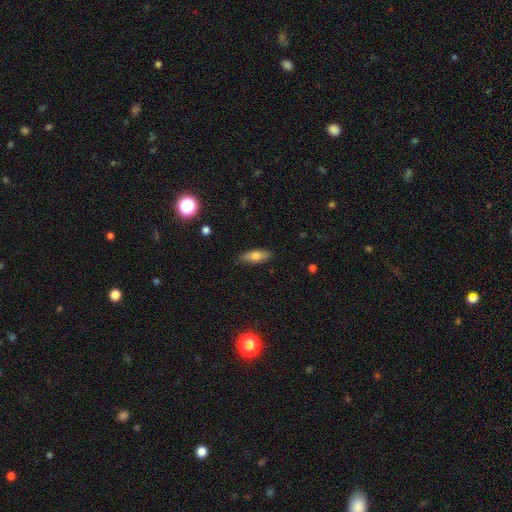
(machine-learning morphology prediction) smooth-or-featured: smooth: 71% | featured or disk: 21% | star or artifact: 7%
  how-rounded: in between: 70% | cigar-shaped: 28% | round: 3%
  merging: none: 85% | minor disturbance: 11% | major disturbance: 2% | merger: 1%